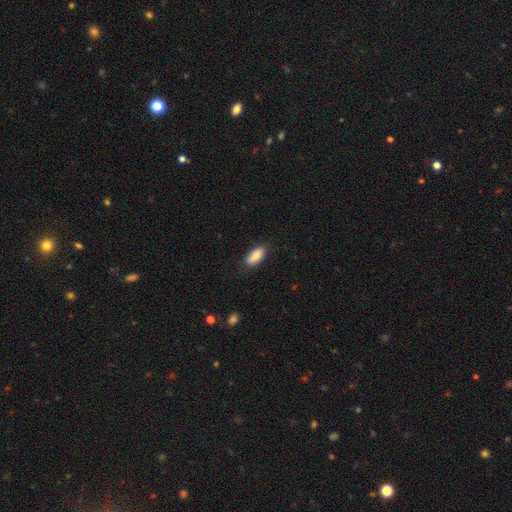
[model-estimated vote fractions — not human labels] smooth_or_featured: smooth (p=0.87) [alt: star or artifact p=0.07]
how_rounded: in between (p=0.87) [alt: cigar-shaped p=0.10]
merging: none (p=0.82) [alt: minor disturbance p=0.14]